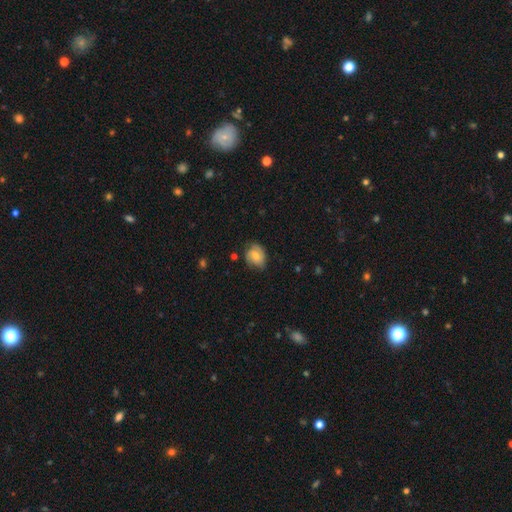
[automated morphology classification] Q: Smooth or featured?
A: smooth (51%); runner-up: featured or disk (41%)
Q: How rounded?
A: round (53%); runner-up: in between (46%)
Q: Merging?
A: none (62%); runner-up: minor disturbance (29%)